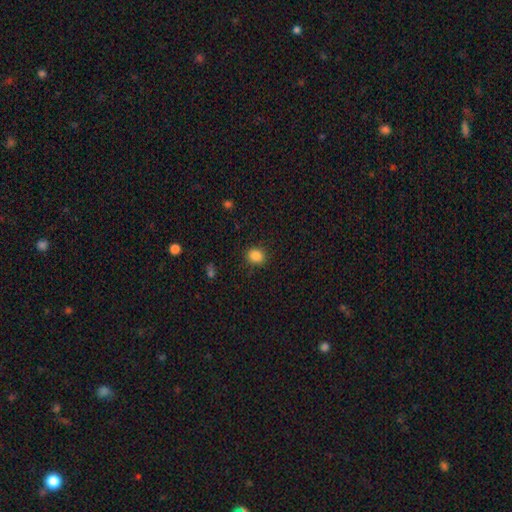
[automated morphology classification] smooth_or_featured: smooth (p=0.86) [alt: star or artifact p=0.11]
how_rounded: round (p=0.63) [alt: in between p=0.36]
merging: none (p=0.88) [alt: minor disturbance p=0.08]